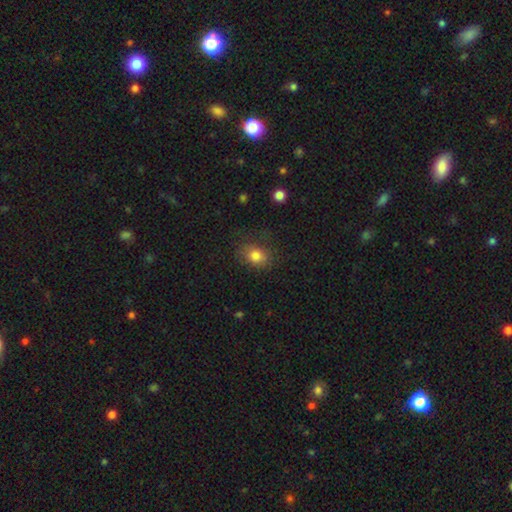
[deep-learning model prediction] Q: Smooth or featured?
A: smooth (81%); runner-up: star or artifact (11%)
Q: How rounded?
A: in between (56%); runner-up: round (43%)
Q: Merging?
A: none (70%); runner-up: minor disturbance (19%)